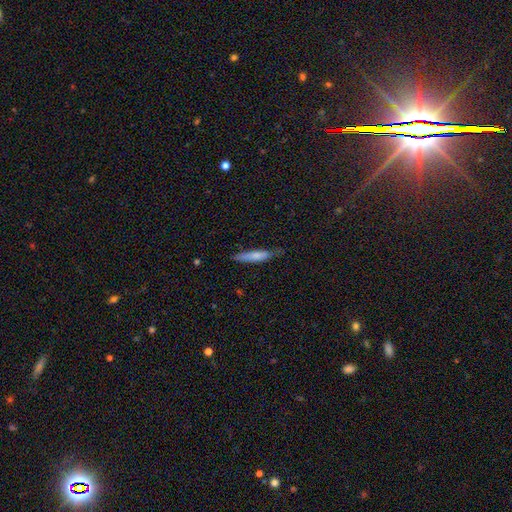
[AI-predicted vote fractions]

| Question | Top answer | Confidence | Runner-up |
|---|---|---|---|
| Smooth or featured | smooth | 70% | featured or disk (24%) |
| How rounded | cigar-shaped | 86% | in between (13%) |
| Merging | none | 73% | minor disturbance (22%) |